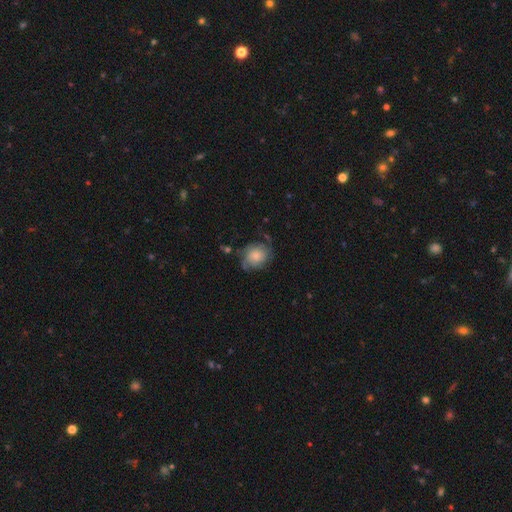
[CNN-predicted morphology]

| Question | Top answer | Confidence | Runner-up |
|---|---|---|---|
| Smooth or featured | featured or disk | 49% | smooth (43%) |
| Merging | none | 56% | minor disturbance (26%) |